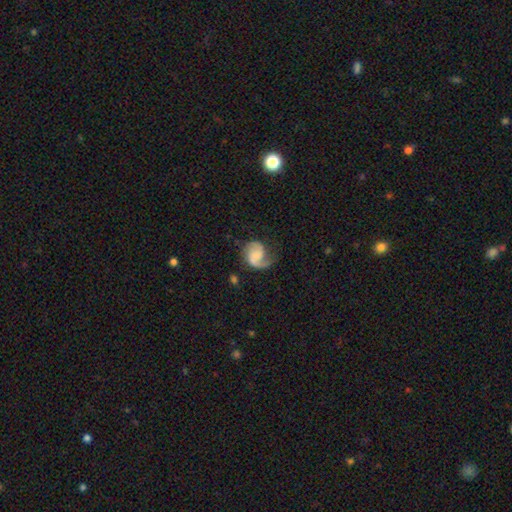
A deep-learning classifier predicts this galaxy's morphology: Smooth or featured? Predicted: featured or disk (p=0.76). Edge-on disk? Predicted: no (p=0.98). Bar? Predicted: no (p=0.54). Spiral arms? Predicted: yes (p=0.95). Spiral winding? Predicted: medium (p=0.44). Spiral arm count? Predicted: 2 (p=0.65). Bulge size? Predicted: none (p=0.46). Merging? Predicted: none (p=0.55).